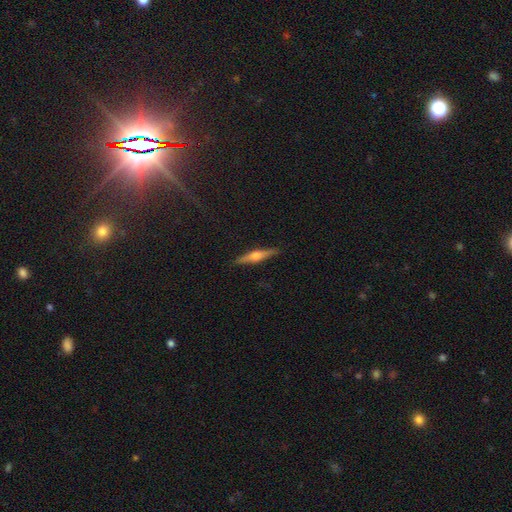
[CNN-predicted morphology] smooth-or-featured: featured or disk: 64% | smooth: 30% | star or artifact: 7%
  disk-edge-on: yes: 97% | no: 3%
    edge-on-bulge: rounded: 89% | boxy: 6% | none: 4%
  merging: none: 90% | minor disturbance: 7% | major disturbance: 2% | merger: 1%